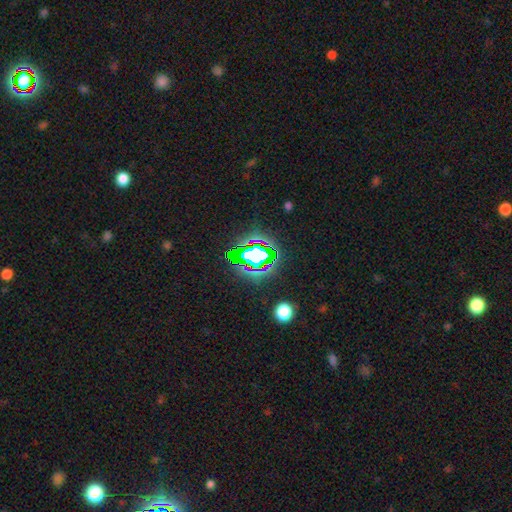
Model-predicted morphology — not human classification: This is likely a star or artifact rather than a galaxy (62%).